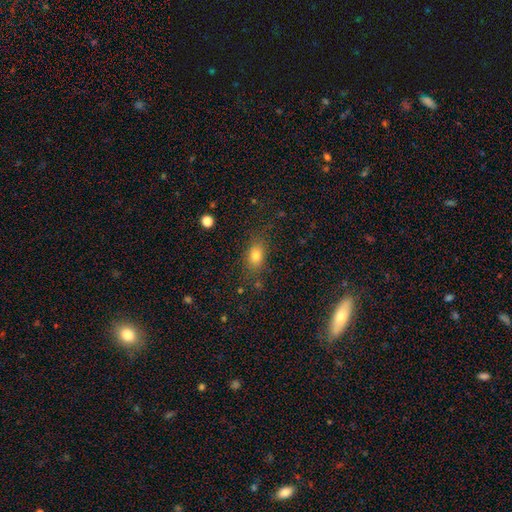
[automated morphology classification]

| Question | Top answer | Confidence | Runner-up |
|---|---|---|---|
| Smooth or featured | smooth | 78% | star or artifact (13%) |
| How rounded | in between | 74% | round (21%) |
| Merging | none | 77% | minor disturbance (15%) |